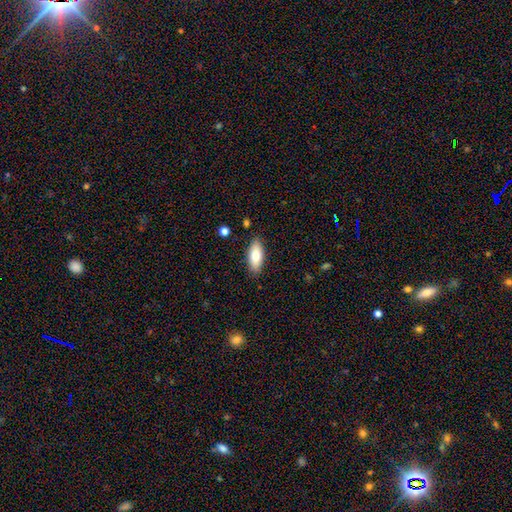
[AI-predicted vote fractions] Overall: smooth (76%). How rounded: in between (83%). Merging: none (86%).